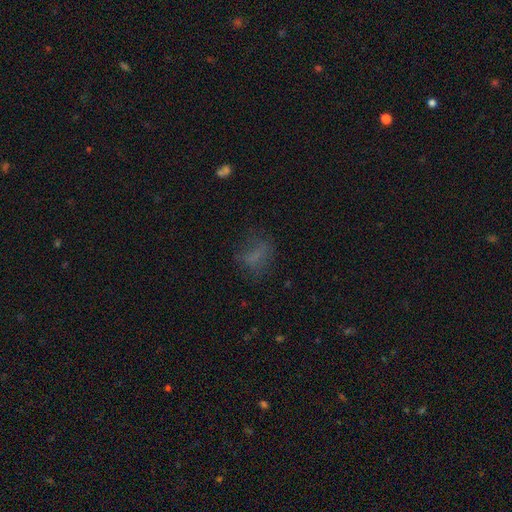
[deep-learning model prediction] Morphology: type=smooth (57%); roundness=in between (65%); merging=none (55%).